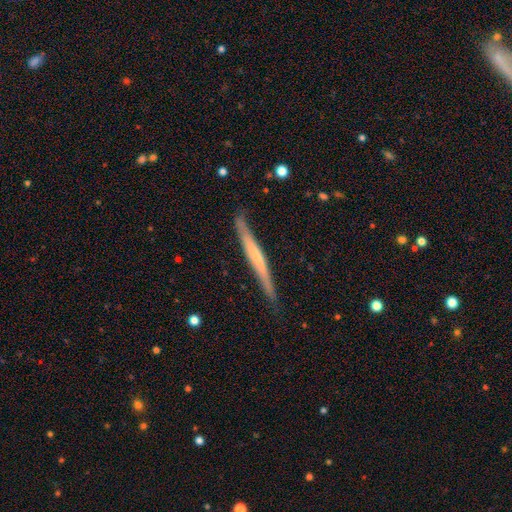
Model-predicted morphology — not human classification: Smooth or featured? featured or disk (54%)
Edge-on disk? yes (95%)
Edge-on bulge? none (74%)
Merging? none (82%)